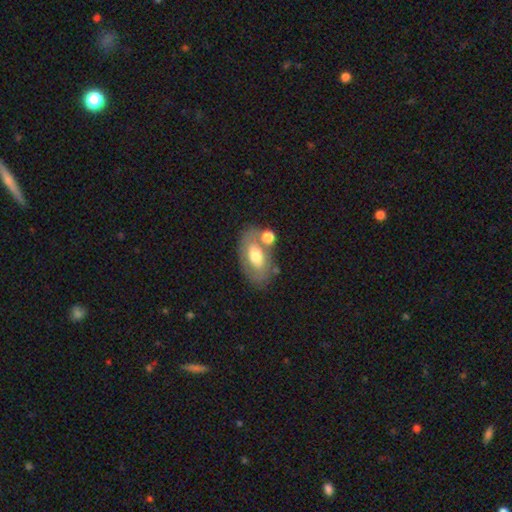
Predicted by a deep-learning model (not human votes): This is possibly a smooth galaxy (54%). How rounded: clearly in between (90%). Merging: possibly none (58%).